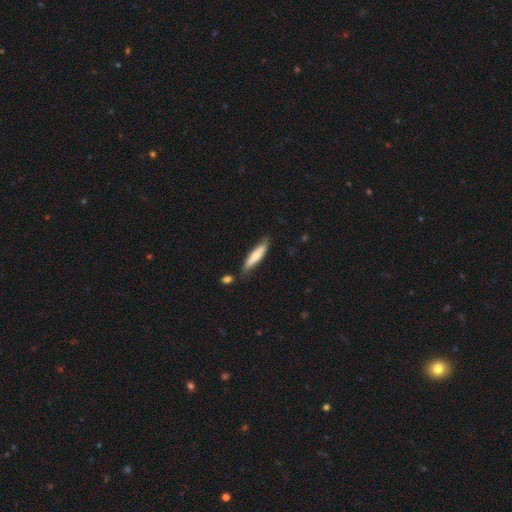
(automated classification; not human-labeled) A smooth galaxy with no disk features (69%) that is cigar-shaped (77%).

Vote fractions:
- Smooth or featured? smooth: 69% / featured or disk: 25% / star or artifact: 5%
- How rounded? cigar-shaped: 77% / in between: 21% / round: 2%
- Merging? none: 73% / minor disturbance: 18% / merger: 6% / major disturbance: 3%